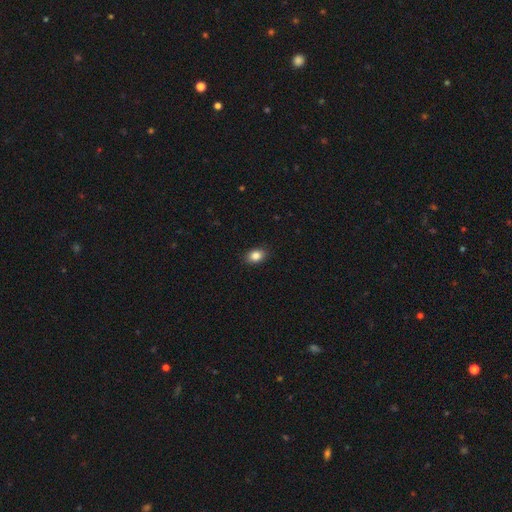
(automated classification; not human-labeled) Overall: smooth (86%). How rounded: in between (77%). Merging: none (89%).